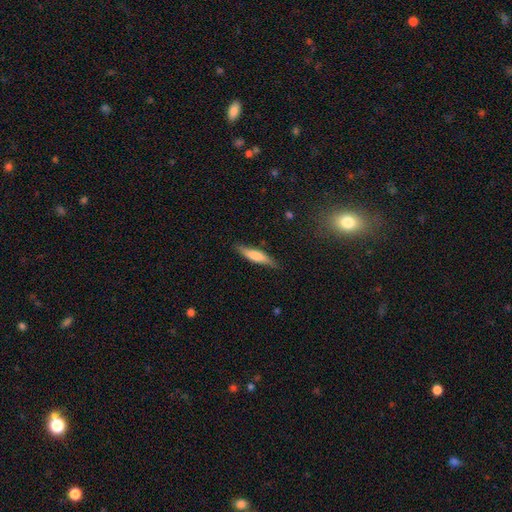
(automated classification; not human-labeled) The model was most divided on "smooth or featured": smooth: 64%, featured or disk: 30%, star or artifact: 6%. More confident: merging — none (81%); how rounded — cigar-shaped (76%).